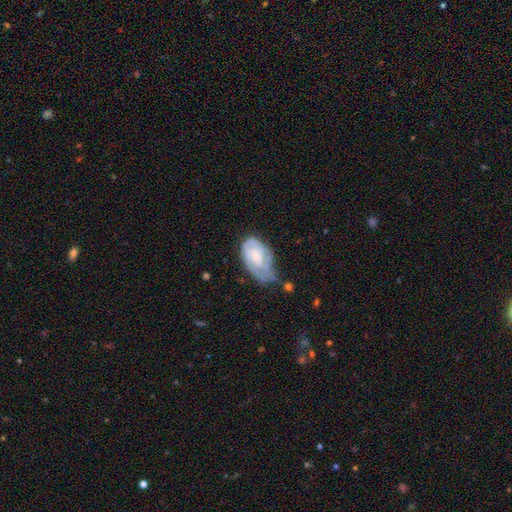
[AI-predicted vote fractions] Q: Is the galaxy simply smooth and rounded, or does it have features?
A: featured or disk — 54%.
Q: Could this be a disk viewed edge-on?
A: no — 96%.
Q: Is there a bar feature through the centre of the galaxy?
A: no — 76%.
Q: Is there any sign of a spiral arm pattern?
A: yes — 67%.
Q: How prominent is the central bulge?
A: small — 55%.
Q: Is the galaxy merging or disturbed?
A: minor disturbance — 41%.